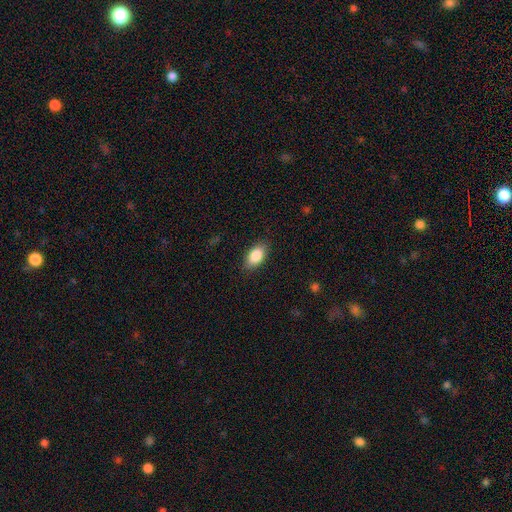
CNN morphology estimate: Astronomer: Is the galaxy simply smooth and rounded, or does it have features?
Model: smooth — 86%.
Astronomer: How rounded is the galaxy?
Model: in between — 92%.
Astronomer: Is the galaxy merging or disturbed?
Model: none — 86%.